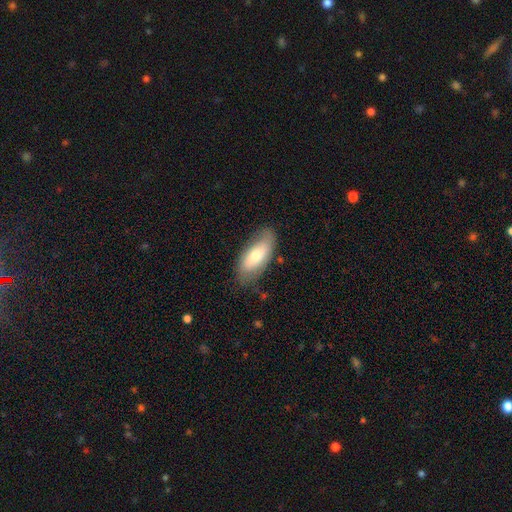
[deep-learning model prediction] smooth_or_featured: smooth (p=0.63) [alt: featured or disk p=0.30]
how_rounded: in between (p=0.84) [alt: cigar-shaped p=0.13]
merging: none (p=0.75) [alt: minor disturbance p=0.19]